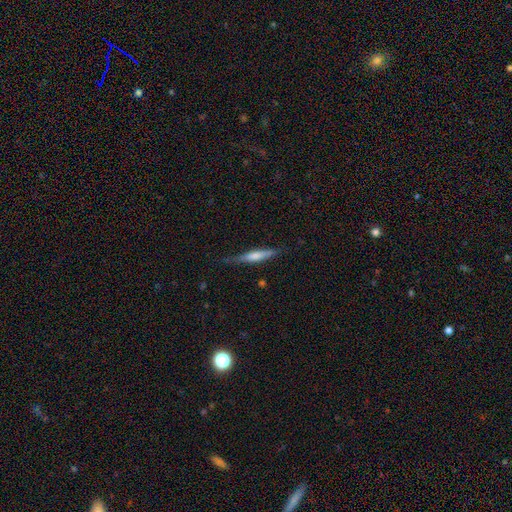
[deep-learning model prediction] Smooth or featured? smooth (53%)
How rounded? cigar-shaped (86%)
Merging? none (71%)